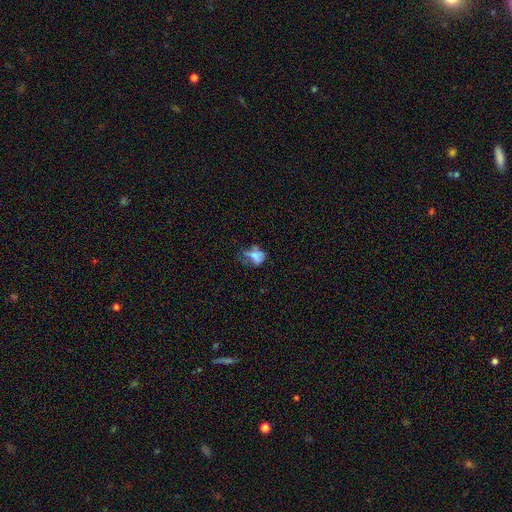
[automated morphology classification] Smooth or featured?
  - smooth: 58% *
  - featured or disk: 26%
  - star or artifact: 16%
How rounded?
  - in between: 64% *
  - round: 33%
  - cigar-shaped: 3%
Merging?
  - major disturbance: 35% *
  - none: 31%
  - minor disturbance: 24%
  - merger: 10%